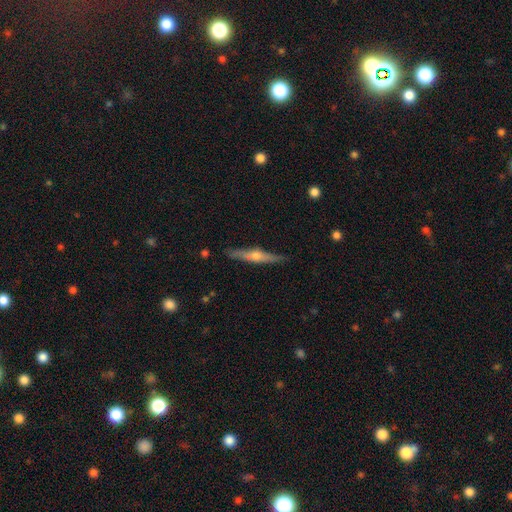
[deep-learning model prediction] A featured or disk galaxy (73%) viewed edge-on (97%) with a rounded central bulge (87%).

Vote fractions:
- Smooth or featured? featured or disk: 73% / smooth: 21% / star or artifact: 6%
- Edge-on disk? yes: 97% / no: 3%
- Edge-on bulge? rounded: 87% / none: 7% / boxy: 6%
- Merging? none: 89% / minor disturbance: 8% / major disturbance: 2% / merger: 1%